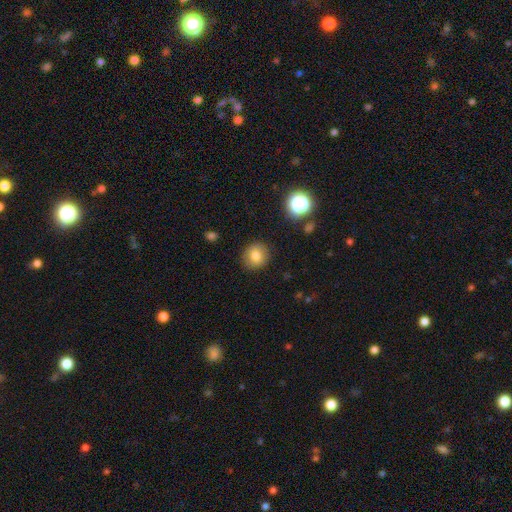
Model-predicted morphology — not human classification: smooth 81%, star or artifact 11%, featured or disk 8%. Down the decision tree: how rounded — round (82%); merging — none (88%).